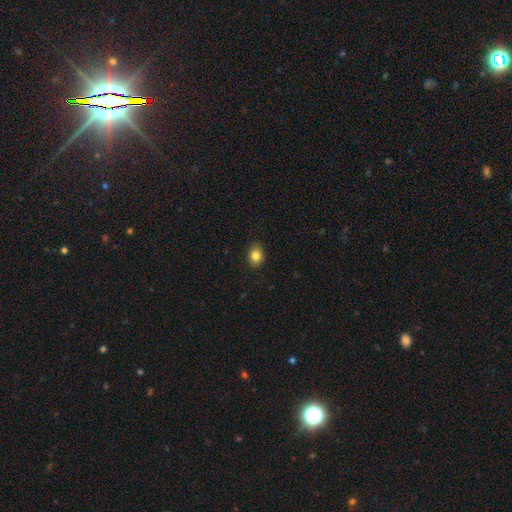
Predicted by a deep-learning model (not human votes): smooth 84%, star or artifact 9%, featured or disk 7%. Down the decision tree: how rounded — in between (66%); merging — none (89%).